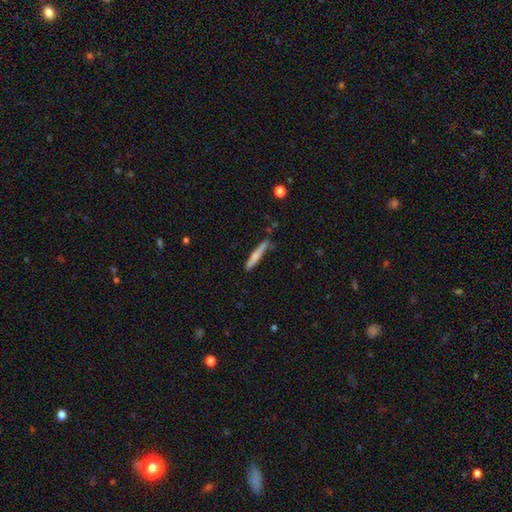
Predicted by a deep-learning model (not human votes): A smooth galaxy with no disk features (70%) that is cigar-shaped (94%).

Vote fractions:
- Smooth or featured? smooth: 70% / featured or disk: 25% / star or artifact: 6%
- How rounded? cigar-shaped: 94% / in between: 5% / round: 1%
- Merging? none: 75% / minor disturbance: 19% / major disturbance: 3% / merger: 3%